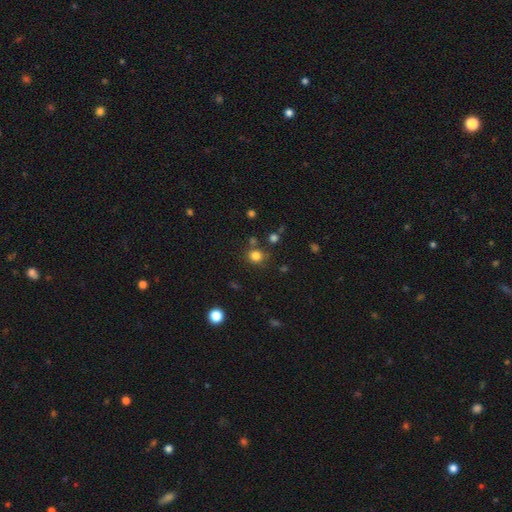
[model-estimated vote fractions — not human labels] A smooth galaxy with no disk features (79%) that is round (85%).

Vote fractions:
- Smooth or featured? smooth: 79% / star or artifact: 15% / featured or disk: 5%
- How rounded? round: 85% / in between: 14% / cigar-shaped: 1%
- Merging? none: 76% / minor disturbance: 11% / merger: 10% / major disturbance: 4%